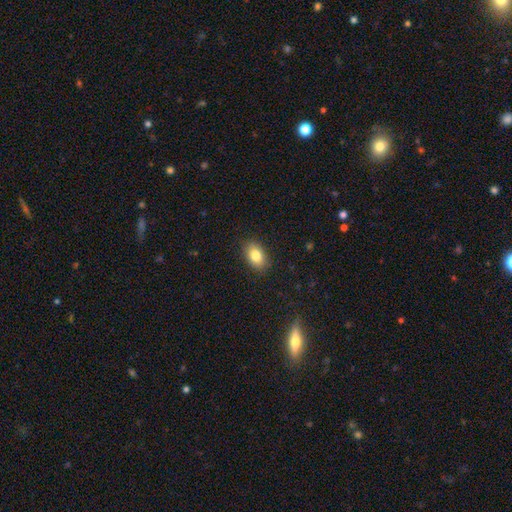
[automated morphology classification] smooth-or-featured: smooth: 83% | featured or disk: 9% | star or artifact: 8%
  how-rounded: in between: 86% | round: 13% | cigar-shaped: 1%
  merging: none: 87% | minor disturbance: 9% | major disturbance: 2% | merger: 1%